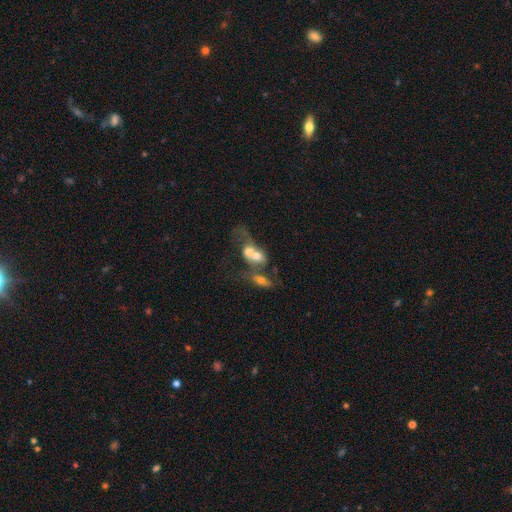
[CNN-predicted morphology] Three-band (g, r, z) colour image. It shows a smooth galaxy with no disk features (54%) that is in between round and cigar-shaped (58%). Merging: merger (76%).